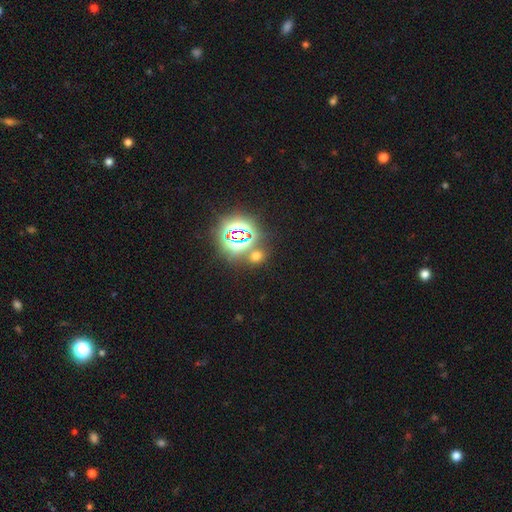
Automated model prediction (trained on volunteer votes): The model was most divided on "smooth or featured": star or artifact: 51%, smooth: 43%, featured or disk: 7%.